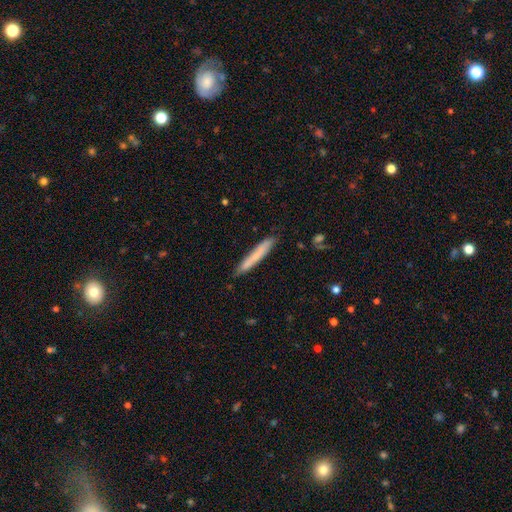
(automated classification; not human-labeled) Smooth or featured?
  - smooth: 72% *
  - featured or disk: 22%
  - star or artifact: 6%
How rounded?
  - cigar-shaped: 96% *
  - in between: 3%
  - round: 1%
Merging?
  - none: 86% *
  - minor disturbance: 11%
  - major disturbance: 2%
  - merger: 2%